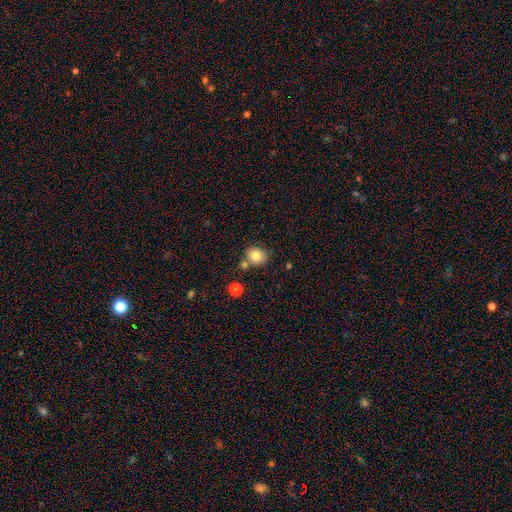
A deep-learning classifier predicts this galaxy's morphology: A smooth galaxy with no disk features (80%) that is round (75%). Merging: none (69%).